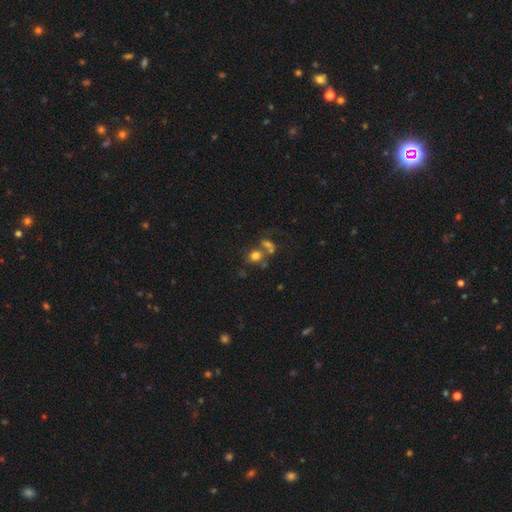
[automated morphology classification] Smooth or featured?
  - smooth: 70% *
  - star or artifact: 16%
  - featured or disk: 14%
How rounded?
  - round: 69% *
  - in between: 29%
  - cigar-shaped: 1%
Merging?
  - none: 42% *
  - merger: 39%
  - minor disturbance: 11%
  - major disturbance: 8%